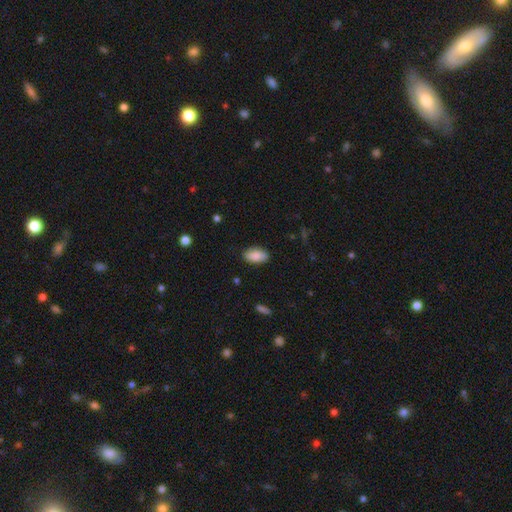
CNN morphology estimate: A smooth galaxy with no disk features (85%) that is in between round and cigar-shaped (94%).

Vote fractions:
- Smooth or featured? smooth: 85% / featured or disk: 8% / star or artifact: 7%
- How rounded? in between: 94% / round: 4% / cigar-shaped: 2%
- Merging? none: 84% / minor disturbance: 13% / major disturbance: 3% / merger: 1%